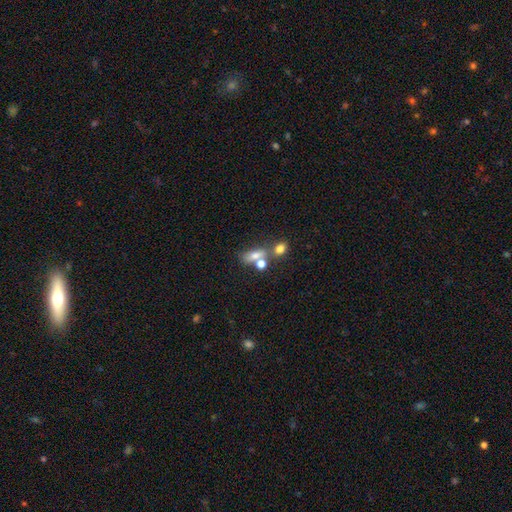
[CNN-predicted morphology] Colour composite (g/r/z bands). It shows a smooth galaxy with no disk features (62%) that is in between round and cigar-shaped (64%). Merging: merger (40%).